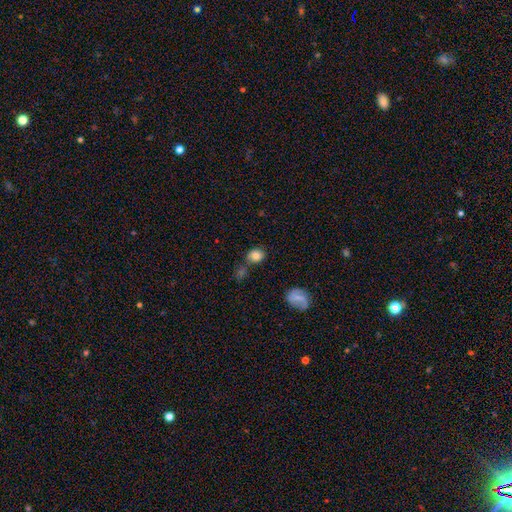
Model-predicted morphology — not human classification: Q: Smooth or featured?
A: smooth (81%); runner-up: featured or disk (10%)
Q: How rounded?
A: round (55%); runner-up: in between (44%)
Q: Merging?
A: none (63%); runner-up: minor disturbance (17%)